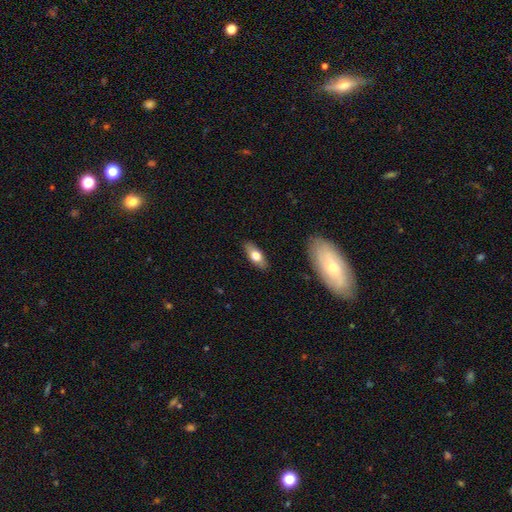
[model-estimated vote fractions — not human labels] This is likely a smooth galaxy (69%). How rounded: likely in between (78%). Merging: clearly none (86%).